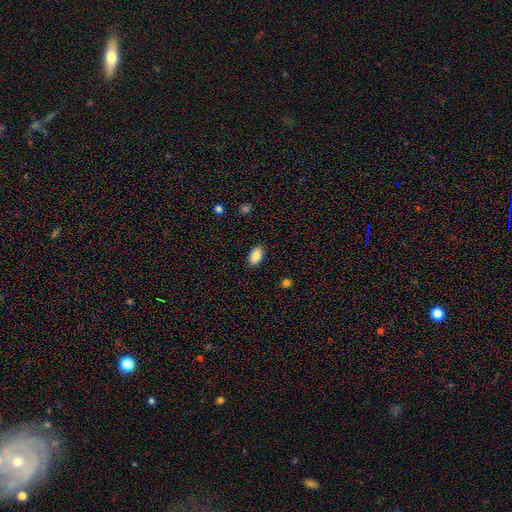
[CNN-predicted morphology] smooth-or-featured: smooth: 87% | star or artifact: 8% | featured or disk: 5%
  how-rounded: in between: 92% | round: 6% | cigar-shaped: 2%
  merging: none: 87% | minor disturbance: 9% | major disturbance: 2% | merger: 1%